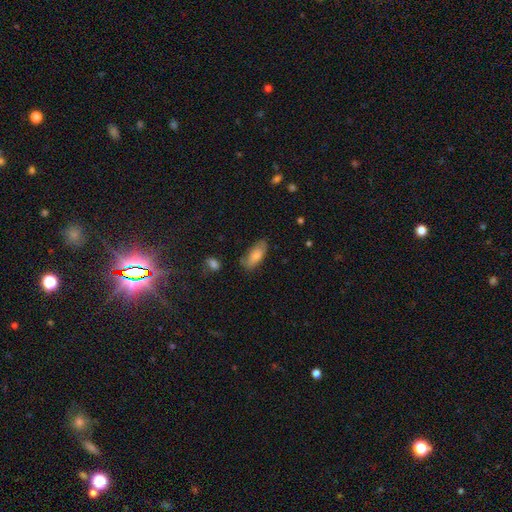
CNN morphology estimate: Smooth or featured? Predicted: smooth (p=0.77). How rounded? Predicted: in between (p=0.86). Merging? Predicted: none (p=0.68).